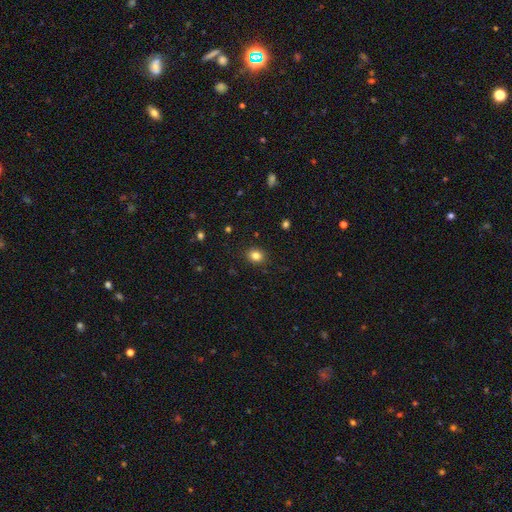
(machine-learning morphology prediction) type=smooth (82%); roundness=round (66%); merging=none (89%).